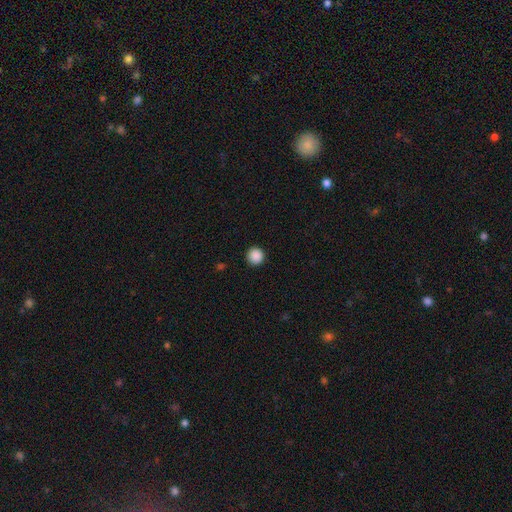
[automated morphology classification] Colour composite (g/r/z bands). It shows a smooth galaxy with no disk features (89%) that is round (95%). Merging: none (93%).